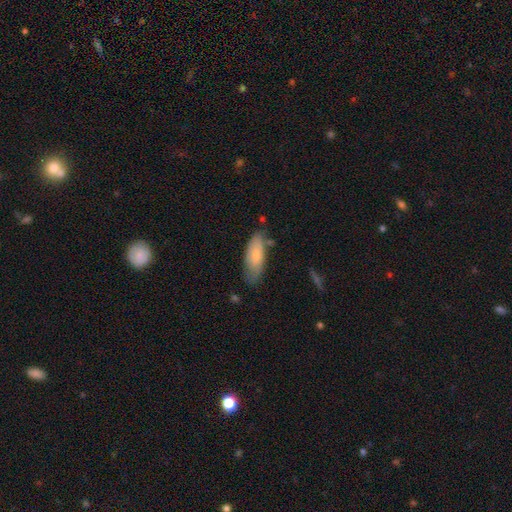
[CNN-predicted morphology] Smooth or featured? smooth (74%)
How rounded? in between (73%)
Merging? none (65%)